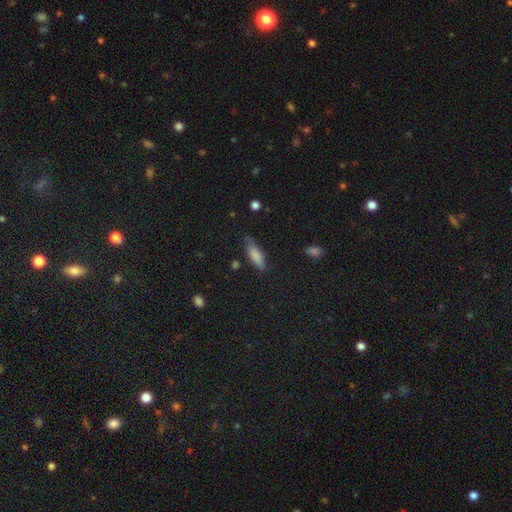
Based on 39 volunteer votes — Smooth or featured?
  - smooth: 72% *
  - featured or disk: 21%
  - star or artifact: 8%
How rounded?
  - in between: 54% *
  - cigar-shaped: 43%
  - round: 4%
Merging?
  - none: 64% *
  - minor disturbance: 22%
  - major disturbance: 11%
  - merger: 3%